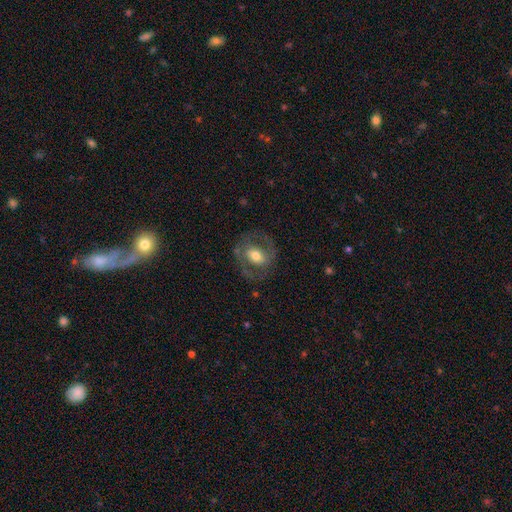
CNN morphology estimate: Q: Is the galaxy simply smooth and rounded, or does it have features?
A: featured or disk — 58%.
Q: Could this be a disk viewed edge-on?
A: no — 95%.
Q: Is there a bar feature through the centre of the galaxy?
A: no — 42%.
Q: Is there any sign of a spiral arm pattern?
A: yes — 51%.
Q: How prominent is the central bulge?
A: moderate — 66%.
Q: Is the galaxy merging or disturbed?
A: none — 73%.